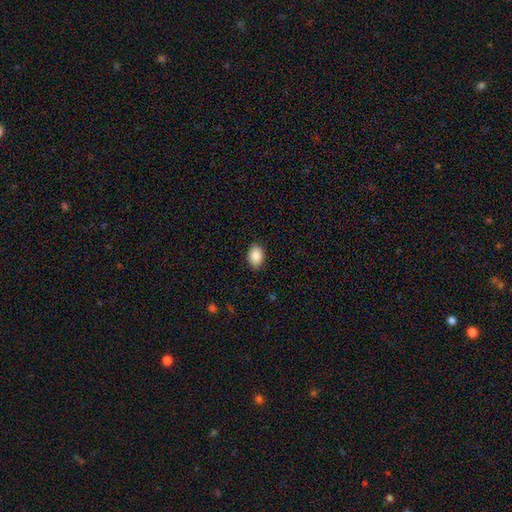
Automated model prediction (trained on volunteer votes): A smooth galaxy with no disk features (89%) that is in between round and cigar-shaped (84%). Merging: none (88%).